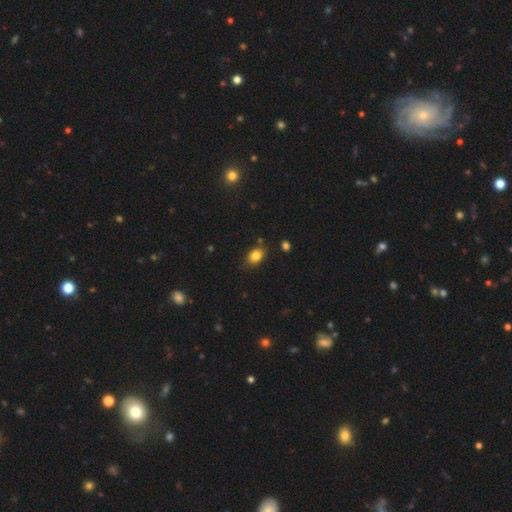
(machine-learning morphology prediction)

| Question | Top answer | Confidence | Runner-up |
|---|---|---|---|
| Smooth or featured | smooth | 84% | star or artifact (10%) |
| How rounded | in between | 70% | round (29%) |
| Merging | none | 82% | minor disturbance (13%) |